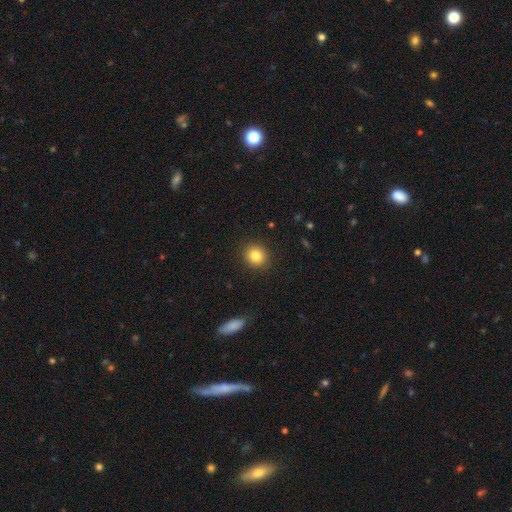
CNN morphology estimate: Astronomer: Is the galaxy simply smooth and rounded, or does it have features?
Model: smooth — 83%.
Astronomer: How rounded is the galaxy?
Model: round — 76%.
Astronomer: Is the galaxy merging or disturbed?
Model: none — 90%.